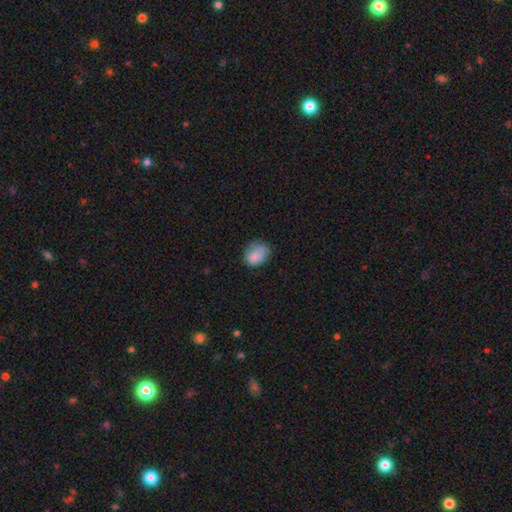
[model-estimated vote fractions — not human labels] Overall: smooth (81%). How rounded: in between (52%; round 47%). Merging: none (54%; minor disturbance 32%).